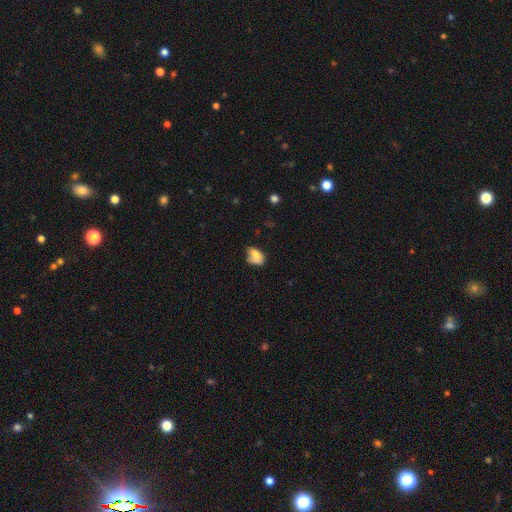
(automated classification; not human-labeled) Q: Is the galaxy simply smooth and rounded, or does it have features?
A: smooth — 71%.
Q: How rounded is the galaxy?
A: in between — 77%.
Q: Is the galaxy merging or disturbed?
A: none — 35%.